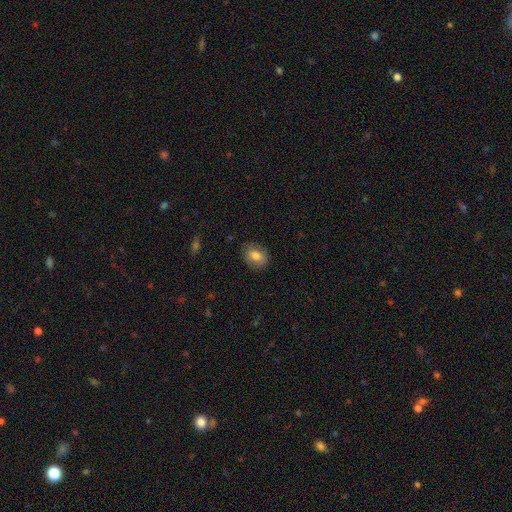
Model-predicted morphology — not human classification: This is likely a smooth galaxy (74%). How rounded: likely in between (67%). Merging: clearly none (82%).